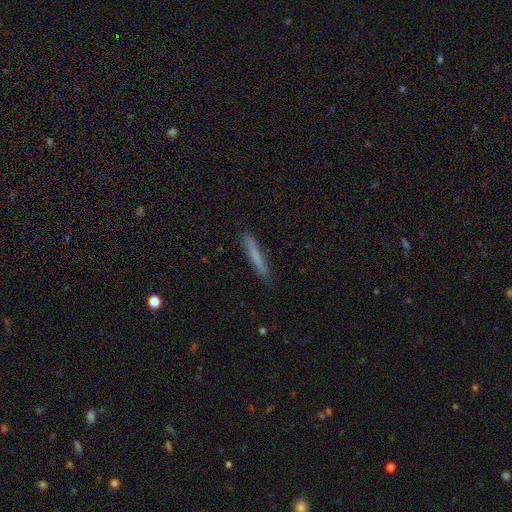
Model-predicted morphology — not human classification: This appears to be a smooth galaxy with no disk features (71%) that is cigar-shaped (96%). Merging: none (88%).